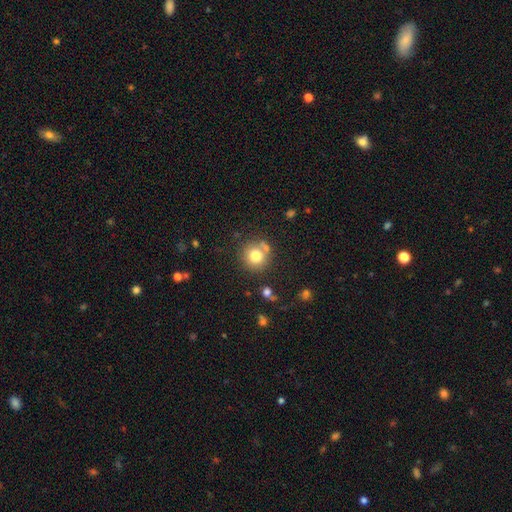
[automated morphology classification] Smooth or featured? smooth (76%)
How rounded? round (92%)
Merging? none (70%)